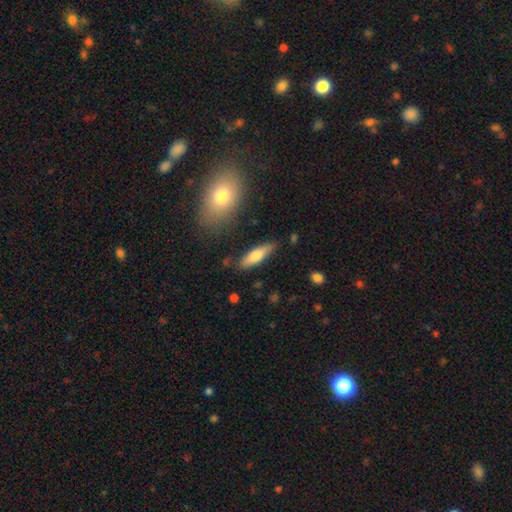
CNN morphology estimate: smooth-or-featured: smooth: 69% | featured or disk: 25% | star or artifact: 6%
  how-rounded: cigar-shaped: 55% | in between: 43% | round: 2%
  merging: none: 80% | minor disturbance: 13% | merger: 3% | major disturbance: 3%